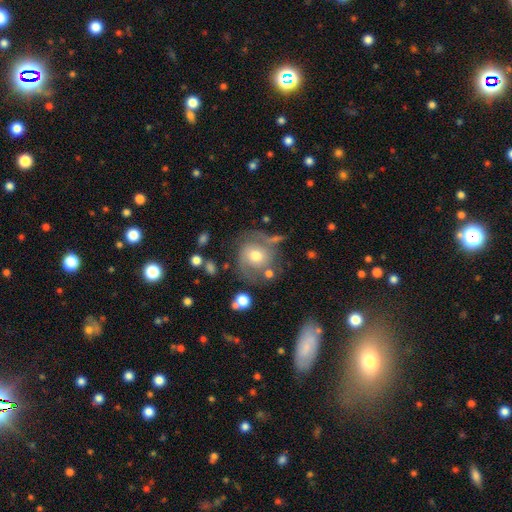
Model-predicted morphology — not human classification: Smooth or featured? Predicted: featured or disk (p=0.52). Edge-on disk? Predicted: no (p=0.97). Merging? Predicted: none (p=0.60).